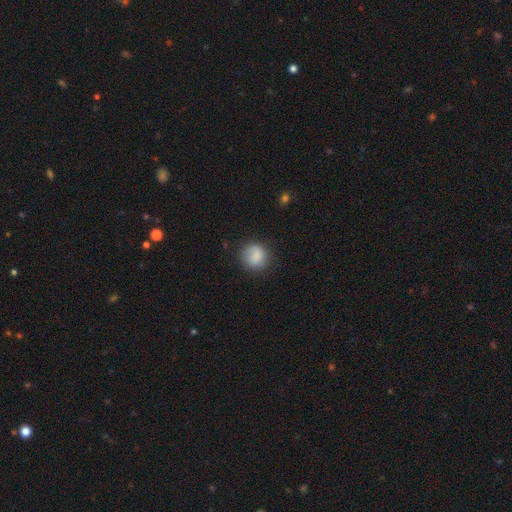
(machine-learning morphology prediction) smooth 83%, featured or disk 9%, star or artifact 8%. Down the decision tree: how rounded — round (87%); merging — none (77%).